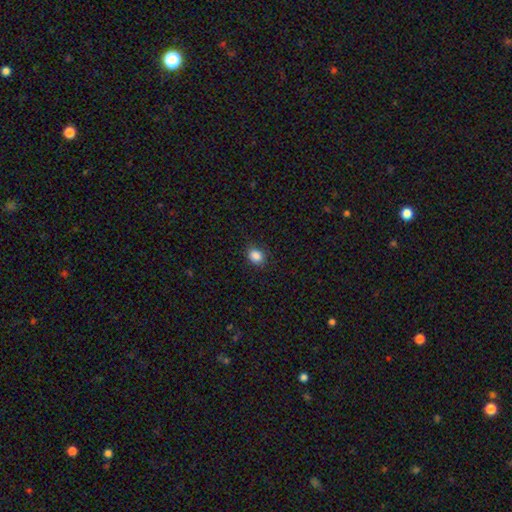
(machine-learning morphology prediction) The model was most divided on "how rounded": in between: 50%, round: 49%, cigar-shaped: 1%. More confident: smooth or featured — smooth (87%); merging — none (84%).